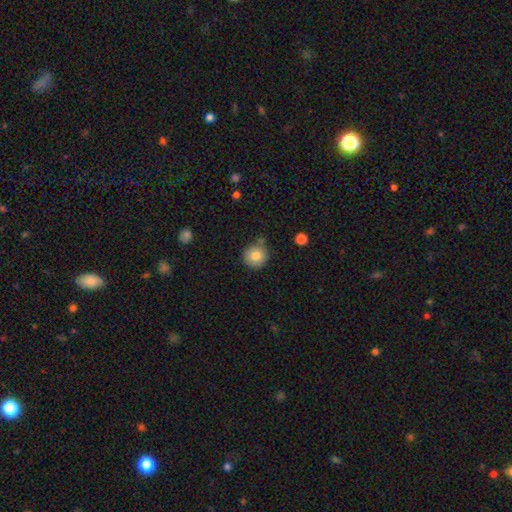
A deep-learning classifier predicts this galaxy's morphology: The model was most divided on "merging": none: 75%, minor disturbance: 15%, merger: 6%, major disturbance: 3%. More confident: how rounded — round (92%); smooth or featured — smooth (81%).